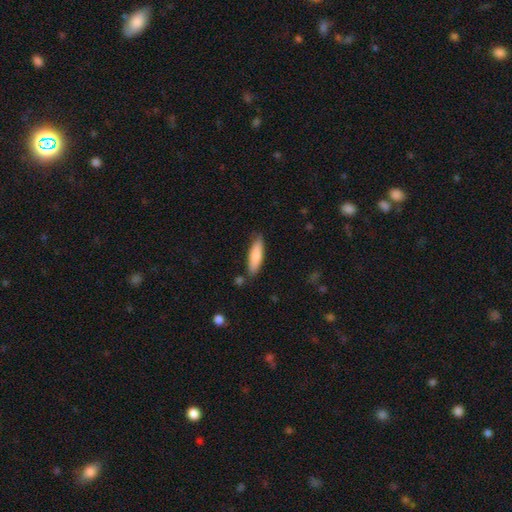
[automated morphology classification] A smooth galaxy with no disk features (82%) that is cigar-shaped (61%).

Vote fractions:
- Smooth or featured? smooth: 82% / featured or disk: 12% / star or artifact: 6%
- How rounded? cigar-shaped: 61% / in between: 37% / round: 1%
- Merging? none: 81% / minor disturbance: 13% / merger: 3% / major disturbance: 3%